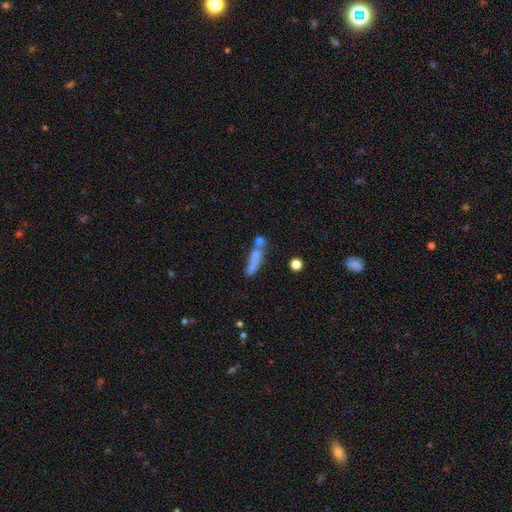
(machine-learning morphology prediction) A smooth galaxy with no disk features (59%) that is cigar-shaped (67%). Merging: none (44%).